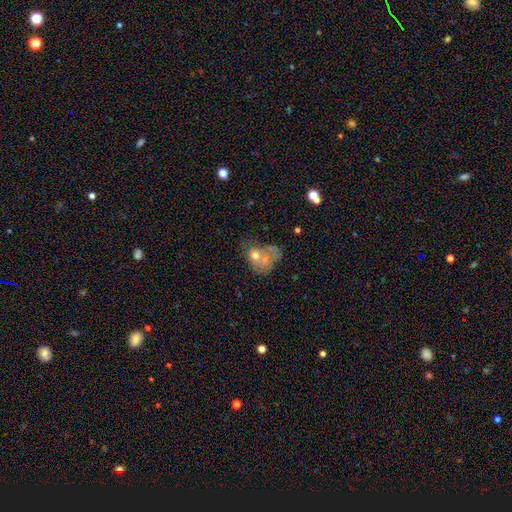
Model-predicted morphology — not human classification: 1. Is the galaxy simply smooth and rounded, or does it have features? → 56% smooth, 34% featured or disk, 11% star or artifact.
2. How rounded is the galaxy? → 56% in between, 43% round, 1% cigar-shaped.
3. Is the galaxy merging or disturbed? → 52% merger, 19% none, 17% major disturbance, 12% minor disturbance.